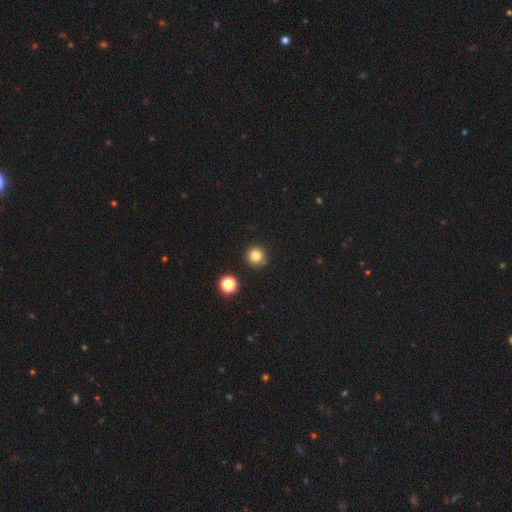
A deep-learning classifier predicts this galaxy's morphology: A smooth galaxy with no disk features (81%) that is round (95%).

Vote fractions:
- Smooth or featured? smooth: 81% / star or artifact: 13% / featured or disk: 6%
- How rounded? round: 95% / in between: 4% / cigar-shaped: 1%
- Merging? none: 90% / minor disturbance: 6% / merger: 3% / major disturbance: 2%